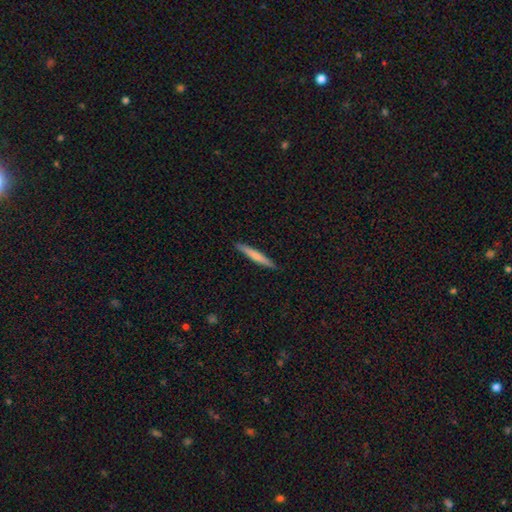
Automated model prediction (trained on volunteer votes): Smooth or featured: smooth — 69% (featured or disk — 26%)
How rounded: cigar-shaped — 95% (in between — 4%)
Merging: none — 90% (minor disturbance — 7%)